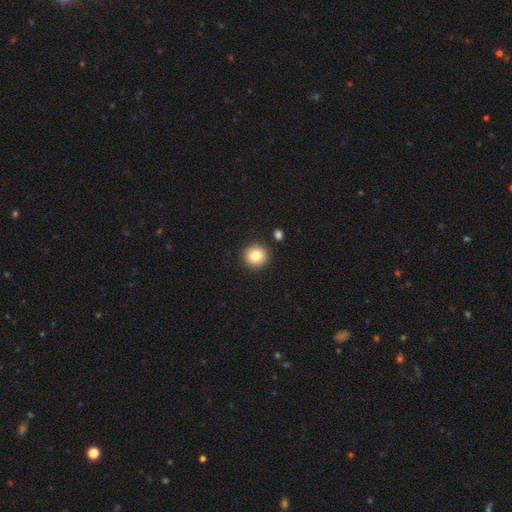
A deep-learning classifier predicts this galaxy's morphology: Overall: smooth (83%). How rounded: round (94%). Merging: none (89%).